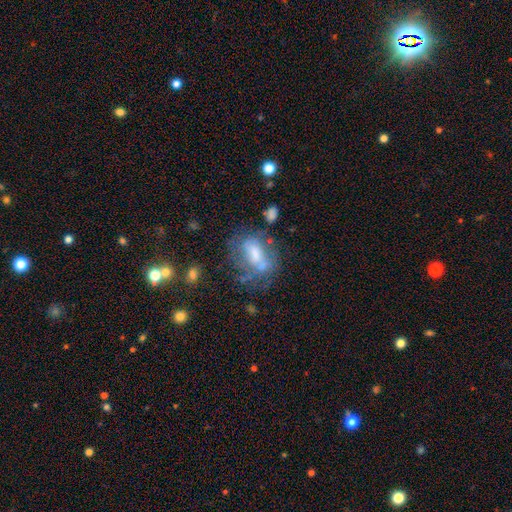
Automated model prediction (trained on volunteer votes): This appears to be a smooth galaxy with no disk features (47%). Merging: none (45%).